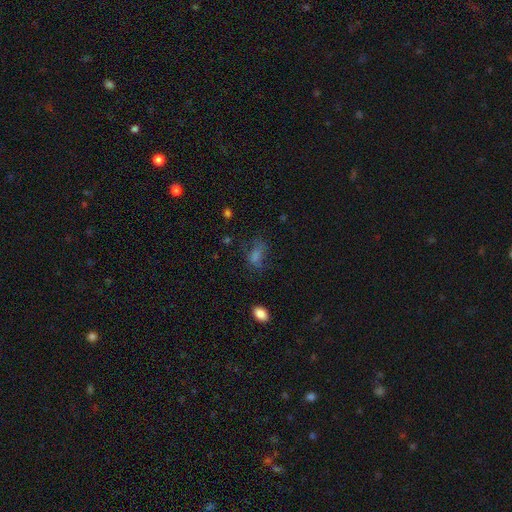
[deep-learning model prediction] Overall: smooth (52%; star or artifact 29%). How rounded: in between (76%). Merging: none (56%; minor disturbance 22%).